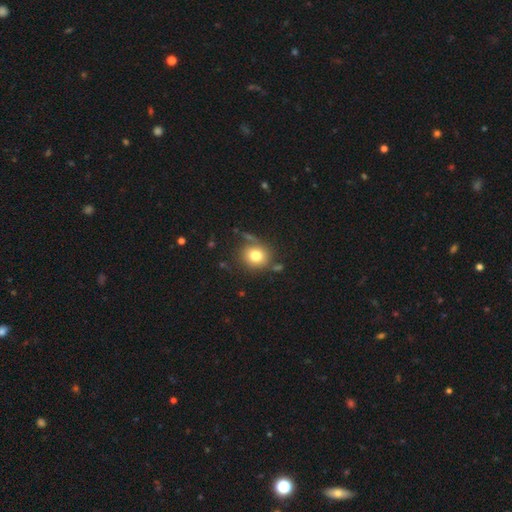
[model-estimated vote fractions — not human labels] The model was most divided on "merging": none: 73%, minor disturbance: 14%, merger: 7%, major disturbance: 6%. More confident: how rounded — round (84%); smooth or featured — smooth (78%).